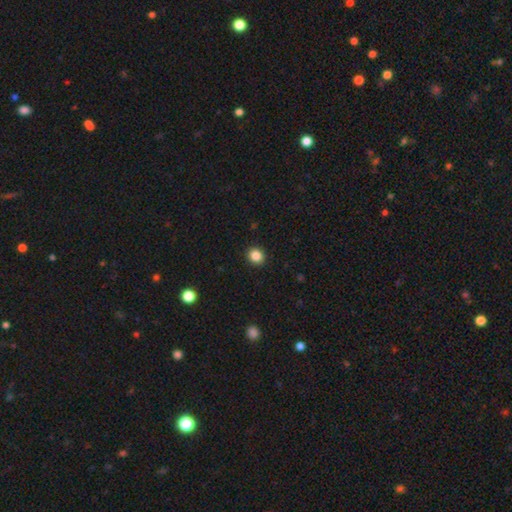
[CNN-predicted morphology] A smooth galaxy with no disk features (86%) that is round (75%).

Vote fractions:
- Smooth or featured? smooth: 86% / star or artifact: 10% / featured or disk: 4%
- How rounded? round: 75% / in between: 24% / cigar-shaped: 1%
- Merging? none: 92% / minor disturbance: 6% / major disturbance: 2% / merger: 1%